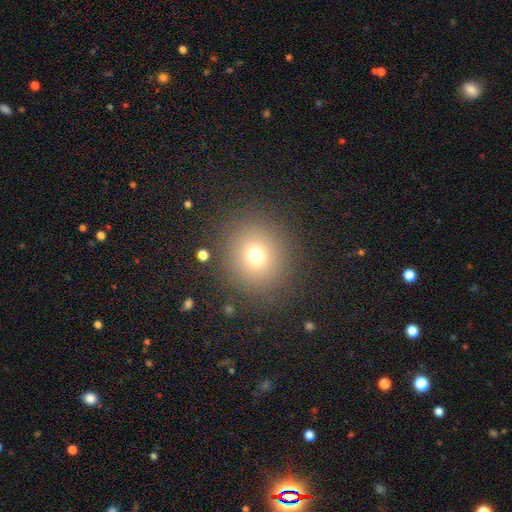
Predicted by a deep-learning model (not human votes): Smooth or featured? Predicted: smooth (p=0.71). How rounded? Predicted: round (p=0.89). Merging? Predicted: none (p=0.87).